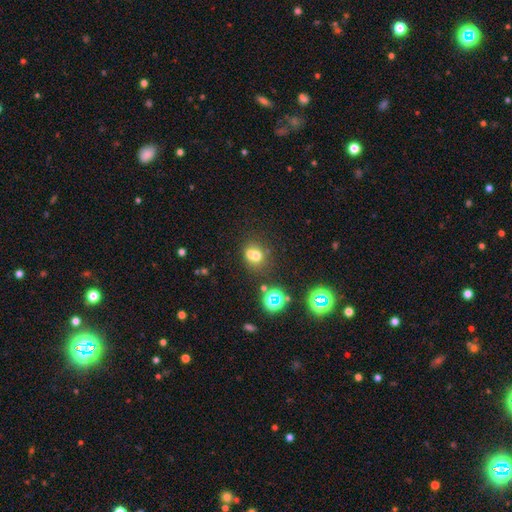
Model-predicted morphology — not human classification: A smooth galaxy with no disk features (62%) that is round (74%). Merging: merger (46%).